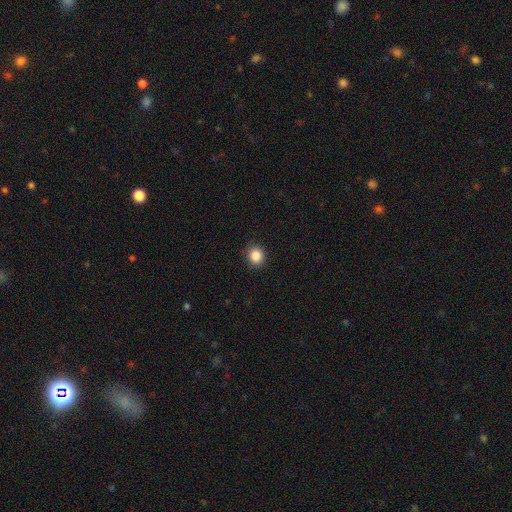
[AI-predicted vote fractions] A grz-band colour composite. It shows a smooth galaxy with no disk features (87%) that is round (80%). Merging: none (88%).